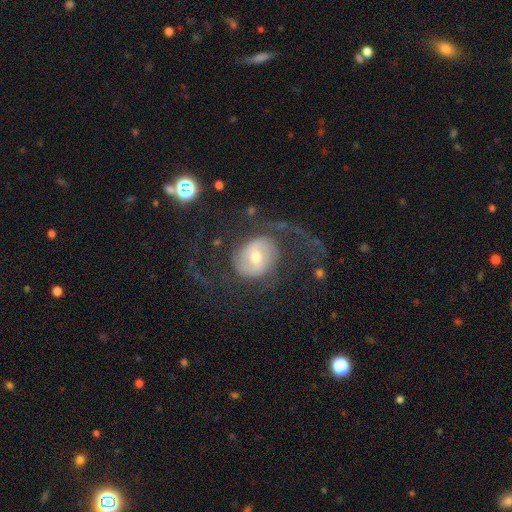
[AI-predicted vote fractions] This appears to be a featured or disk galaxy (70%) with a weak bar (47%), 2 (78%) loose (52%) spiral arms (79%) and a moderate central bulge (59%). Merging: none (55%).